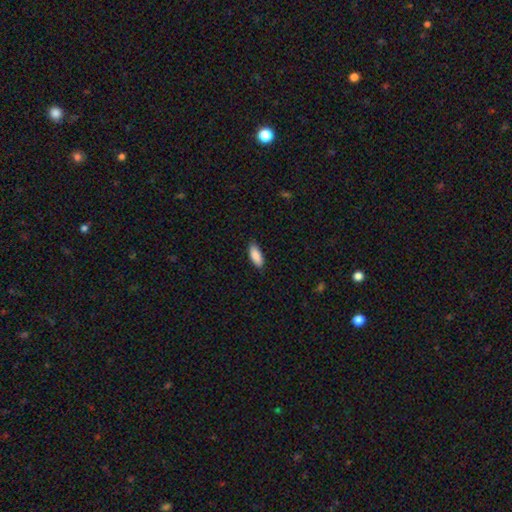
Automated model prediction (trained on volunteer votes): This appears to be a smooth galaxy with no disk features (90%) that is in between round and cigar-shaped (81%). Merging: none (85%).